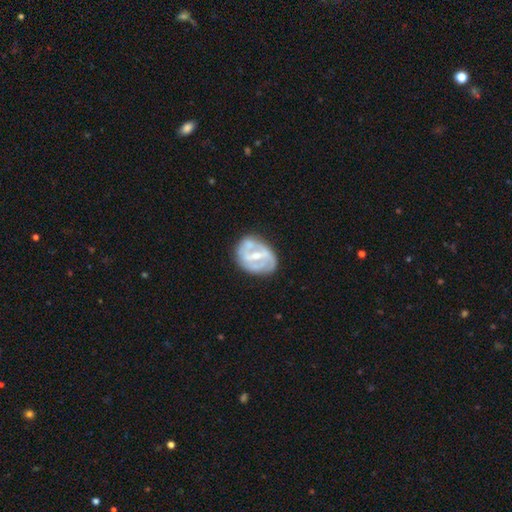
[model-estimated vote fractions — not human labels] smooth_or_featured: featured or disk (p=0.73) [alt: smooth p=0.21]
disk_edge_on: no (p=0.97) [alt: yes p=0.03]
bar: weak (p=0.42) [alt: strong p=0.39]
has_spiral_arms: yes (p=0.62) [alt: no p=0.38]
bulge_size: small (p=0.47) [alt: moderate p=0.43]
merging: none (p=0.61) [alt: minor disturbance p=0.24]